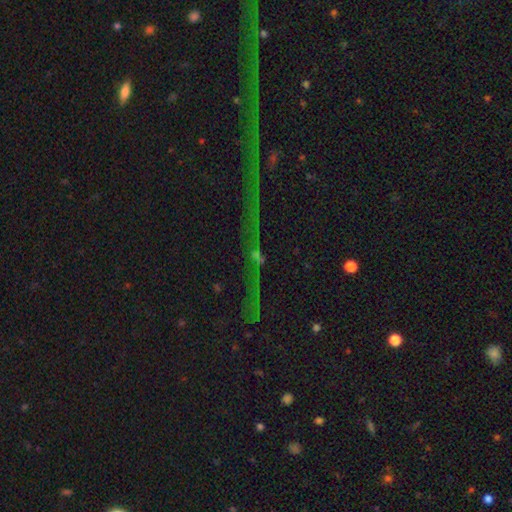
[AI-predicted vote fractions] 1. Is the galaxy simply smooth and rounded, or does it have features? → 77% star or artifact, 13% featured or disk, 10% smooth.